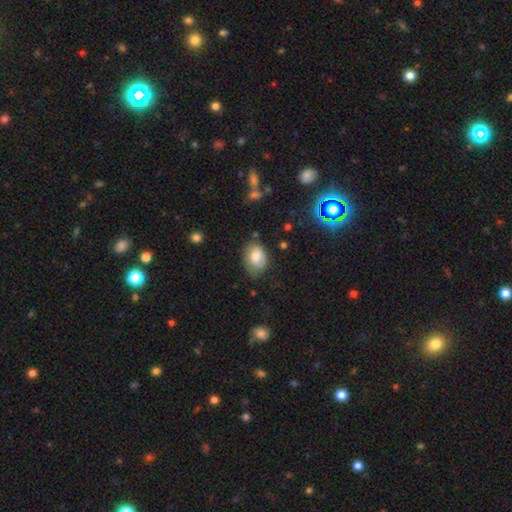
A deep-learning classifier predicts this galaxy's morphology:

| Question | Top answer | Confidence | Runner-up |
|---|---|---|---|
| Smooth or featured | smooth | 72% | featured or disk (19%) |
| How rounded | in between | 79% | round (19%) |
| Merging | none | 58% | minor disturbance (31%) |